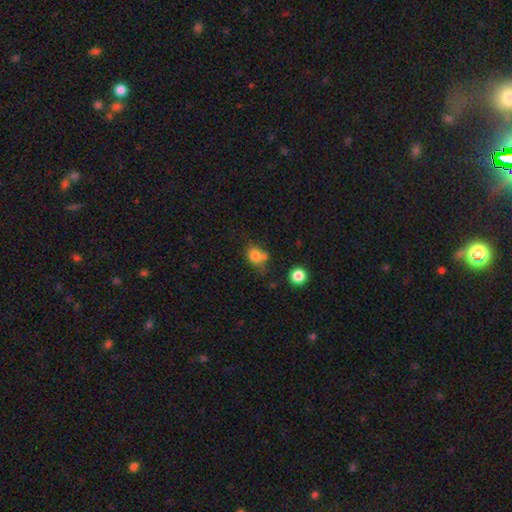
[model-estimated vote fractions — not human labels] Overall: smooth (77%). How rounded: round (51%; in between 47%). Merging: none (47%; minor disturbance 26%).